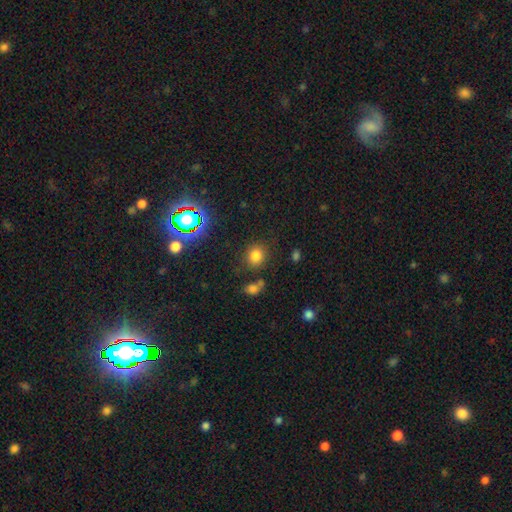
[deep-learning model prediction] Smooth or featured? smooth (76%)
How rounded? round (79%)
Merging? none (78%)